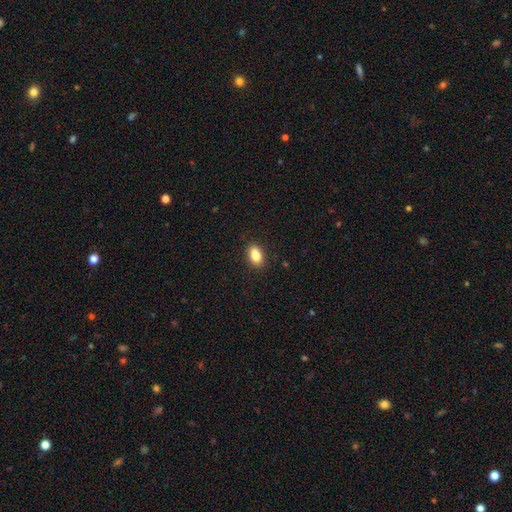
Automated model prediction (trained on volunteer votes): Smooth or featured?
  - smooth: 84% *
  - star or artifact: 8%
  - featured or disk: 8%
How rounded?
  - in between: 88% *
  - round: 9%
  - cigar-shaped: 3%
Merging?
  - none: 88% *
  - minor disturbance: 9%
  - major disturbance: 2%
  - merger: 1%